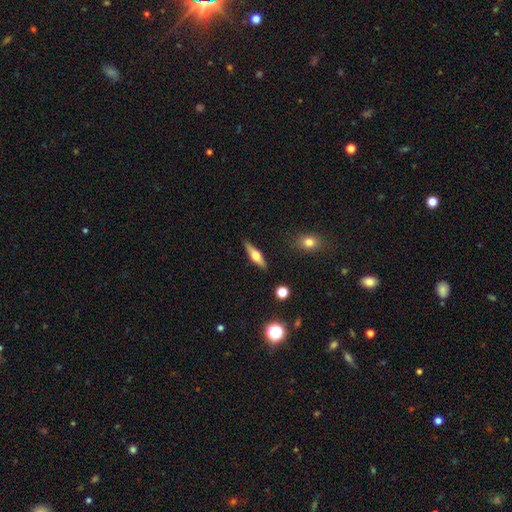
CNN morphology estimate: Smooth or featured: featured or disk — 50% (smooth — 44%)
Merging: none — 88% (minor disturbance — 9%)